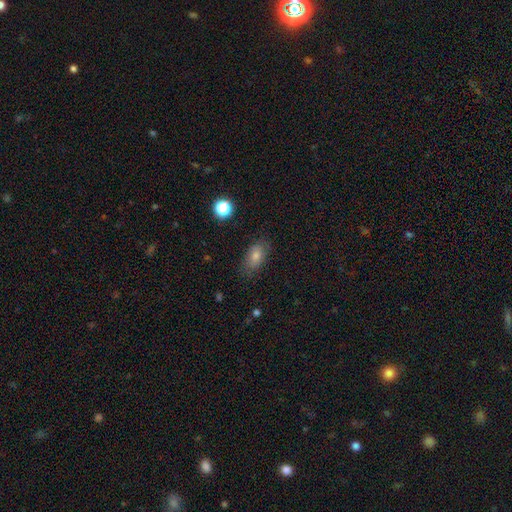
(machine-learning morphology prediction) Overall: smooth (66%). How rounded: in between (85%). Merging: none (81%).